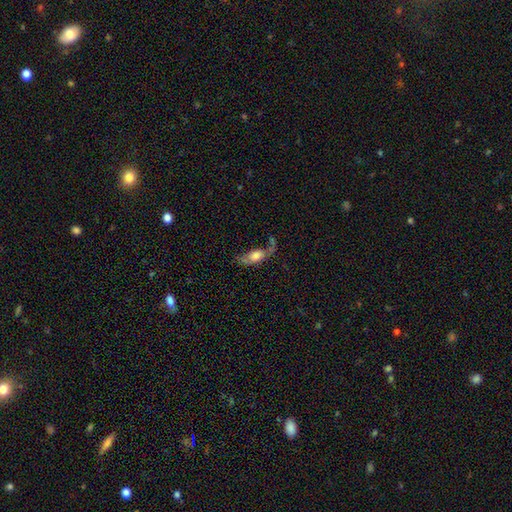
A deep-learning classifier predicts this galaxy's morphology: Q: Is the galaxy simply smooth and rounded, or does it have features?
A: smooth — 59%.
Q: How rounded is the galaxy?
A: in between — 81%.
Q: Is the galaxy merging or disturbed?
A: none — 32%.